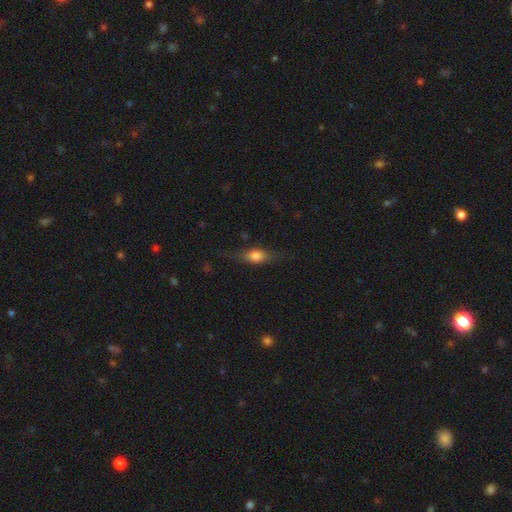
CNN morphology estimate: A smooth galaxy with no disk features (63%) that is in between round and cigar-shaped (67%).

Vote fractions:
- Smooth or featured? smooth: 63% / featured or disk: 28% / star or artifact: 9%
- How rounded? in between: 67% / cigar-shaped: 25% / round: 9%
- Merging? none: 68% / minor disturbance: 21% / major disturbance: 9% / merger: 2%